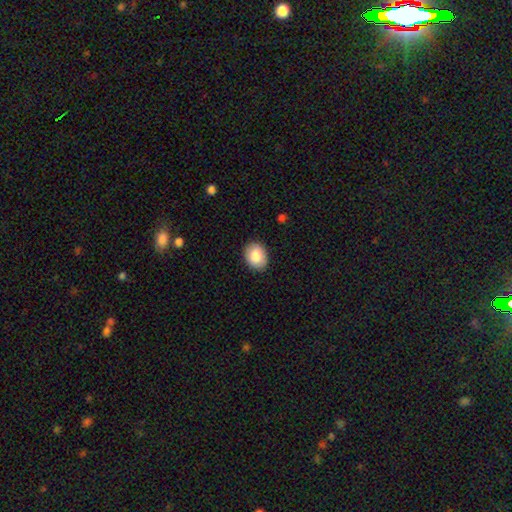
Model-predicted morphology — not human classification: Smooth or featured: smooth — 84% (featured or disk — 8%)
How rounded: in between — 58% (round — 42%)
Merging: none — 87% (minor disturbance — 10%)